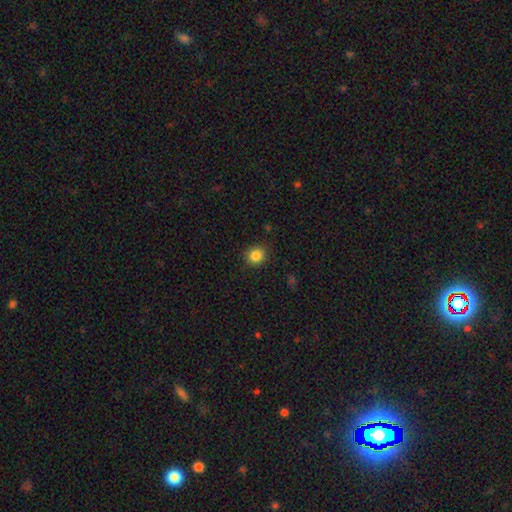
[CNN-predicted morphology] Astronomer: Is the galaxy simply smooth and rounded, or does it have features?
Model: smooth — 85%.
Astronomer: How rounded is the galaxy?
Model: round — 77%.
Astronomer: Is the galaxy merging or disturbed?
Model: none — 88%.